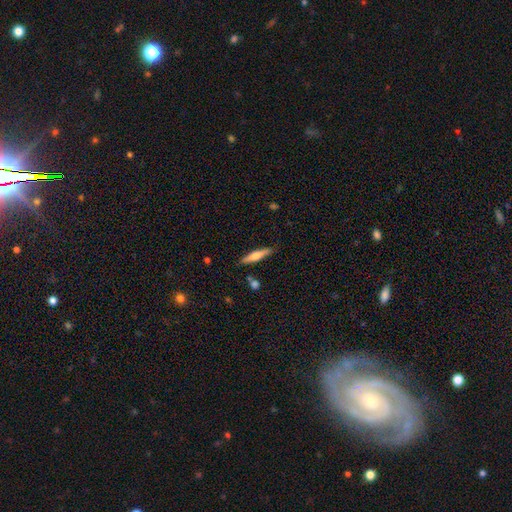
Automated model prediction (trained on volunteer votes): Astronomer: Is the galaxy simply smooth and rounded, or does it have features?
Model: smooth — 56% (runner-up: featured or disk, 39%).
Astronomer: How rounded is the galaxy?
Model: cigar-shaped — 85%.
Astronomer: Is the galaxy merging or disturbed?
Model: none — 85%.